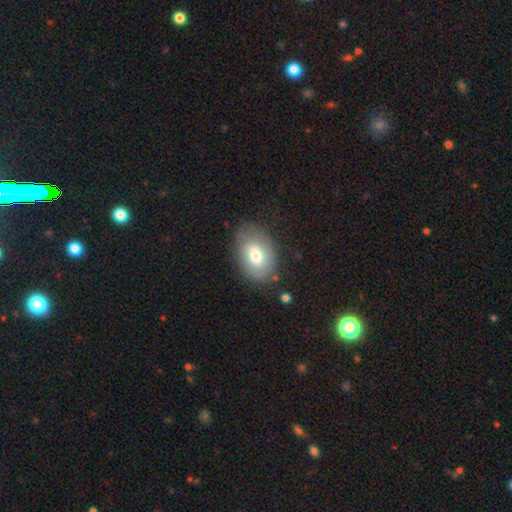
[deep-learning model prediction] smooth-or-featured: smooth: 66% | featured or disk: 27% | star or artifact: 8%
  how-rounded: in between: 84% | round: 15% | cigar-shaped: 1%
  merging: none: 74% | minor disturbance: 18% | major disturbance: 6% | merger: 2%